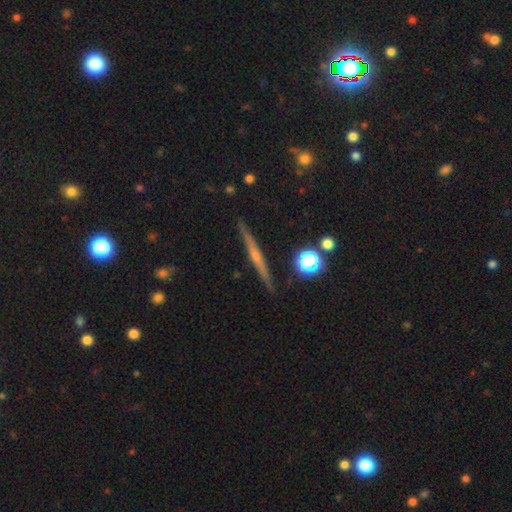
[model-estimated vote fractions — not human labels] Smooth or featured: featured or disk — 69% (smooth — 22%)
Edge-on disk: yes — 98% (no — 2%)
Edge-on bulge: rounded — 62% (none — 31%)
Merging: none — 90% (minor disturbance — 7%)